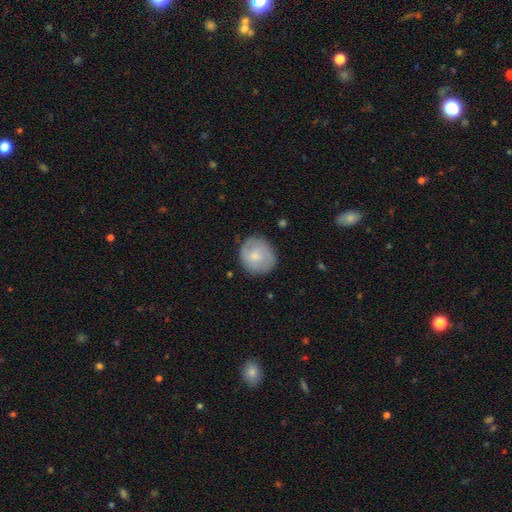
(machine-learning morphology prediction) Smooth or featured? Predicted: smooth (p=0.67). How rounded? Predicted: round (p=0.85). Merging? Predicted: none (p=0.80).